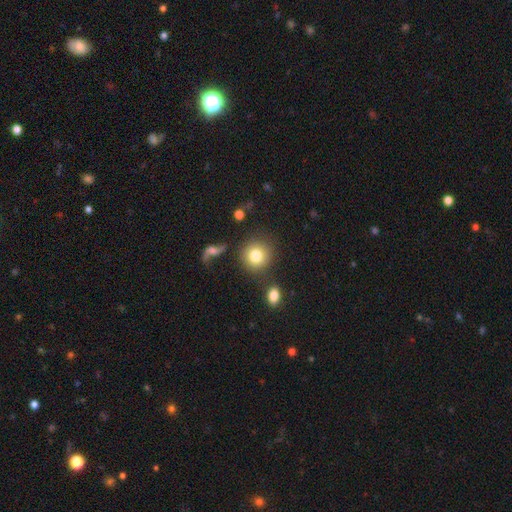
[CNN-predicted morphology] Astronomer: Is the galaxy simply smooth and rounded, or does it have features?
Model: smooth — 81%.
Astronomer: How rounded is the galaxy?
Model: round — 90%.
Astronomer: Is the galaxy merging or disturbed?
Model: none — 80%.